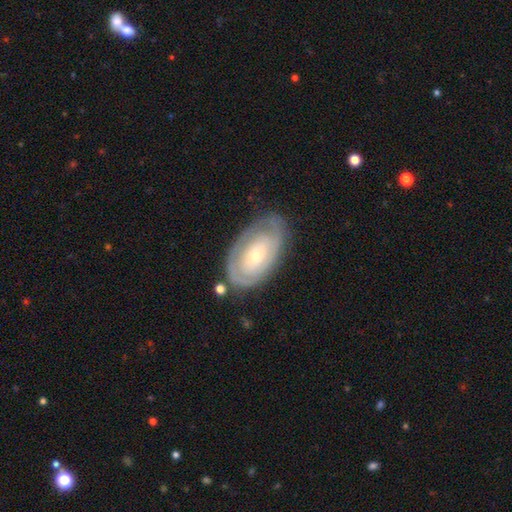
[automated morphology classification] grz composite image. It shows a featured or disk galaxy (68%) with no bar (78%), spiral arms (67%) and a small central bulge (62%). Merging: none (72%).